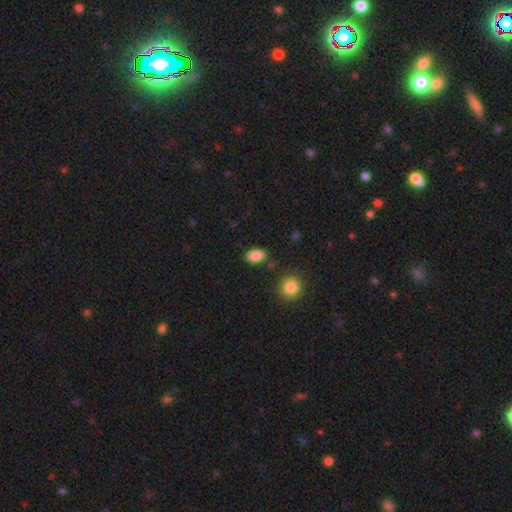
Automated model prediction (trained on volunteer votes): Smooth or featured? smooth (87%)
How rounded? in between (86%)
Merging? none (83%)